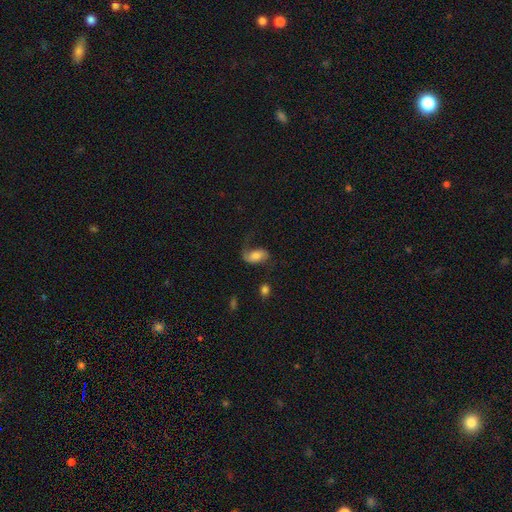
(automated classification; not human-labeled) smooth-or-featured: smooth: 50% | featured or disk: 41% | star or artifact: 9%
  merging: none: 41% | major disturbance: 34% | minor disturbance: 21% | merger: 3%